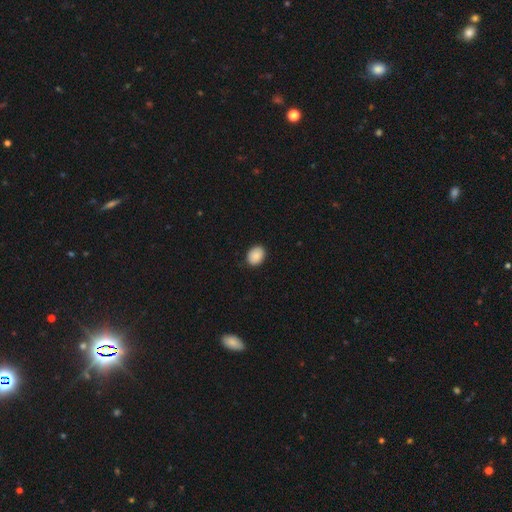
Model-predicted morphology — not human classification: Smooth or featured? Predicted: smooth (p=0.87). How rounded? Predicted: in between (p=0.57). Merging? Predicted: none (p=0.89).